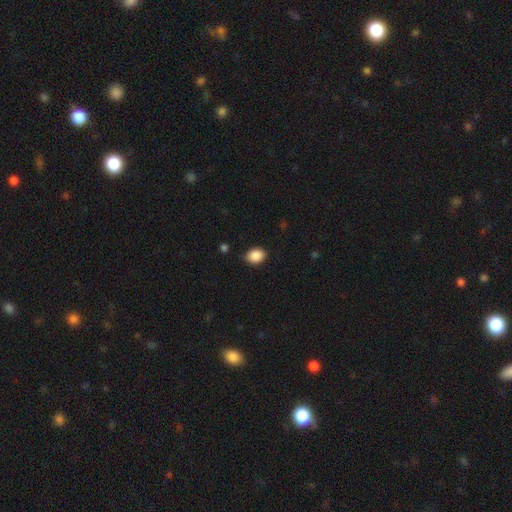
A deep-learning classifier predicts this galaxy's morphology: Q: Smooth or featured?
A: smooth (89%); runner-up: star or artifact (8%)
Q: How rounded?
A: in between (63%); runner-up: round (36%)
Q: Merging?
A: none (85%); runner-up: minor disturbance (11%)